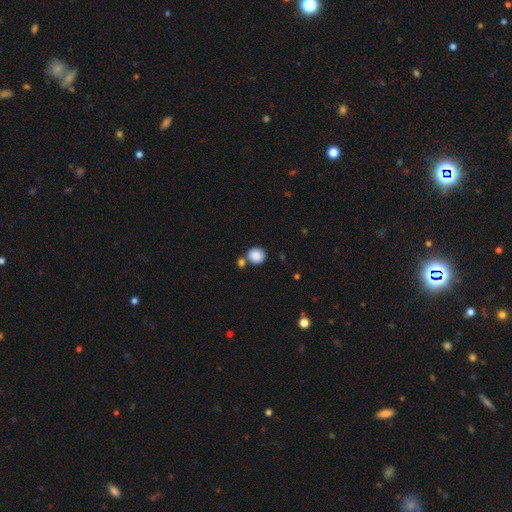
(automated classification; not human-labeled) Overall: smooth (88%). How rounded: round (86%). Merging: none (69%).